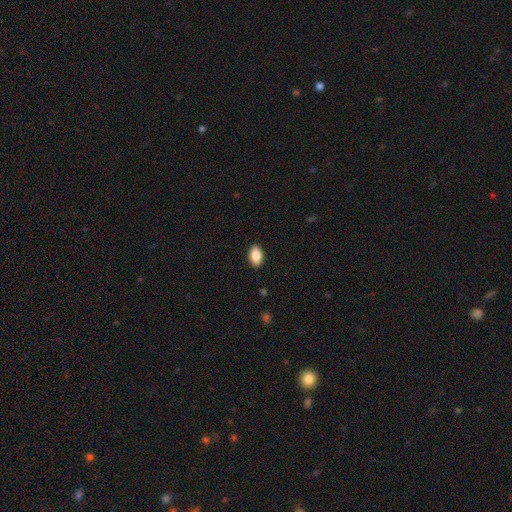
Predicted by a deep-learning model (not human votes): Overall: smooth (87%). How rounded: in between (92%). Merging: none (90%).